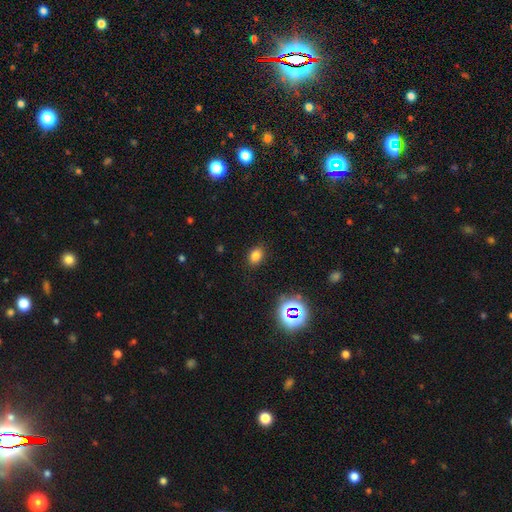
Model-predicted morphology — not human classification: This is likely a smooth galaxy (78%). How rounded: likely in between (69%). Merging: clearly none (87%).